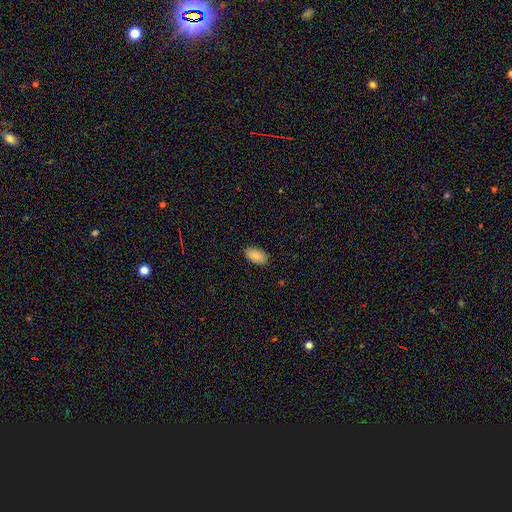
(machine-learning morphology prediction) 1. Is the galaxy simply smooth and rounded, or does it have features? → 87% smooth, 7% star or artifact, 5% featured or disk.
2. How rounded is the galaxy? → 94% in between, 4% round, 2% cigar-shaped.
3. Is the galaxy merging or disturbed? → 88% none, 9% minor disturbance, 2% major disturbance, 1% merger.